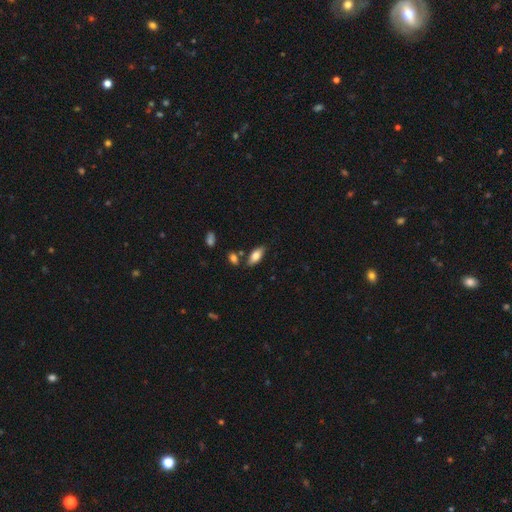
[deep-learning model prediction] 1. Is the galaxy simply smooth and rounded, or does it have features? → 77% smooth, 16% featured or disk, 7% star or artifact.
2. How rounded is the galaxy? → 84% in between, 13% cigar-shaped, 2% round.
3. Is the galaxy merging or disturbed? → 77% none, 13% minor disturbance, 8% merger, 3% major disturbance.